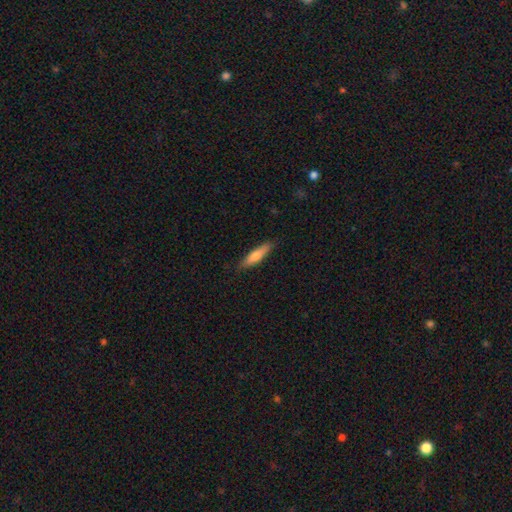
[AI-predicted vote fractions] Morphology: type=smooth (68%); roundness=cigar-shaped (74%); merging=none (86%).